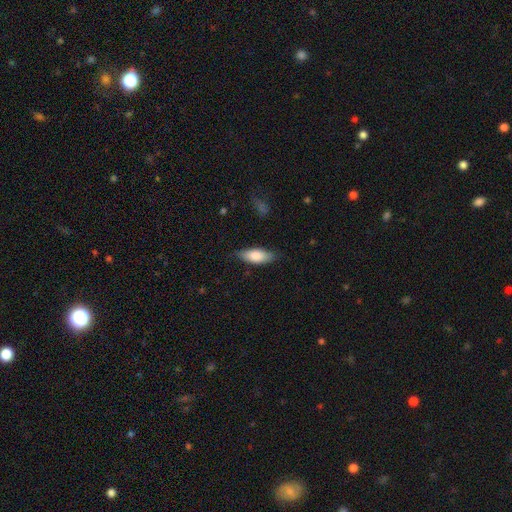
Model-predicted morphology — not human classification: smooth 80%, featured or disk 15%, star or artifact 6%. Down the decision tree: how rounded — in between (77%); merging — none (78%).